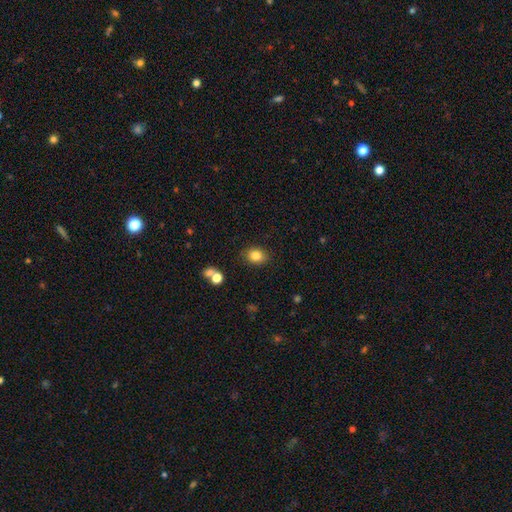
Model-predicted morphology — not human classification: smooth-or-featured: smooth: 83% | star or artifact: 10% | featured or disk: 7%
  how-rounded: in between: 58% | round: 41% | cigar-shaped: 1%
  merging: none: 84% | minor disturbance: 11% | merger: 3% | major disturbance: 3%